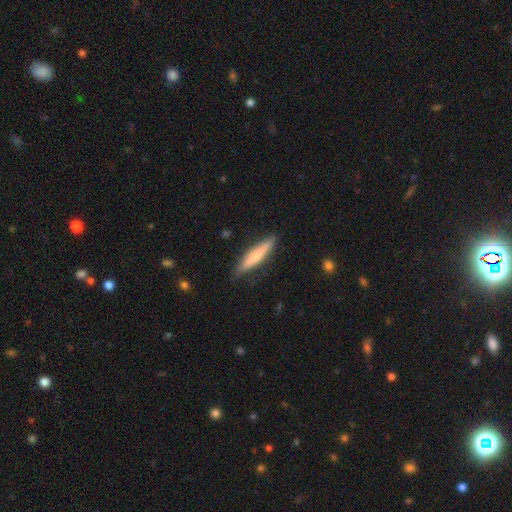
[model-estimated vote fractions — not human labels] This appears to be a smooth galaxy with no disk features (62%) that is cigar-shaped (89%). Merging: none (83%).